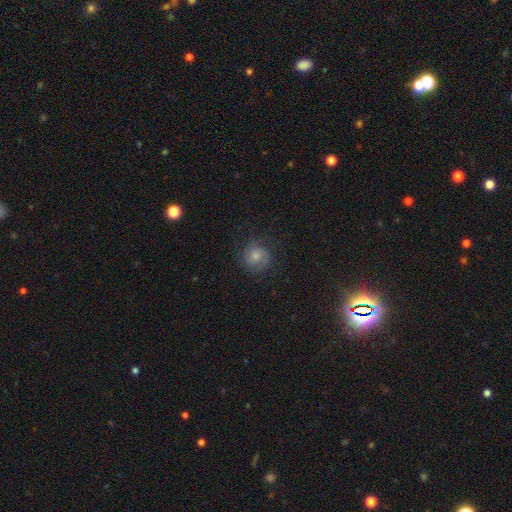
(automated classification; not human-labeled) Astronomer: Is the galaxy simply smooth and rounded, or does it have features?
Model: featured or disk — 46% (runner-up: smooth, 34%).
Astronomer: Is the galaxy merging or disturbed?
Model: none — 78%.